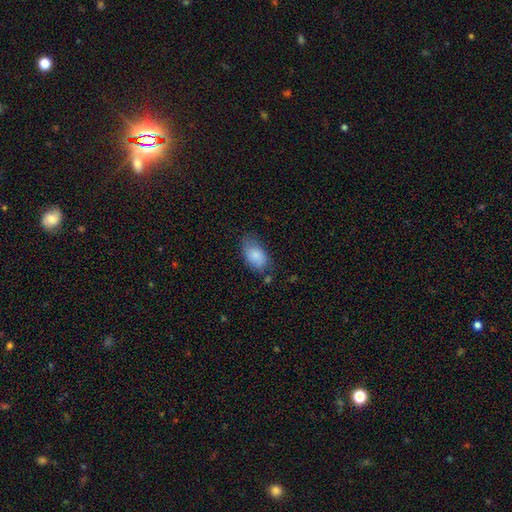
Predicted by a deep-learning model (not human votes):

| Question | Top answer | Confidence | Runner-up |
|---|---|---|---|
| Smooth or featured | smooth | 83% | featured or disk (10%) |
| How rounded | in between | 92% | round (6%) |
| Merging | none | 63% | minor disturbance (27%) |